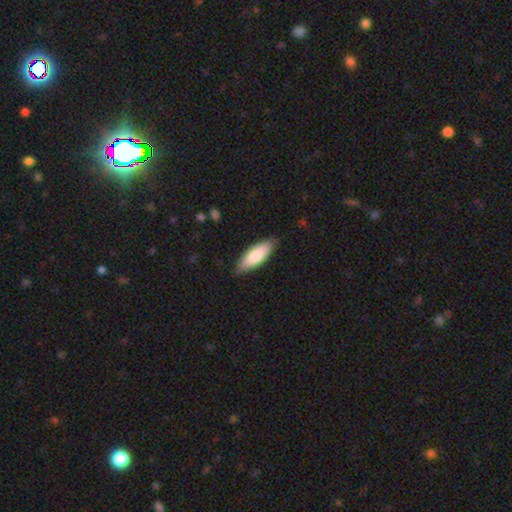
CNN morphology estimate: A smooth galaxy with no disk features (81%) that is in between round and cigar-shaped (70%).

Vote fractions:
- Smooth or featured? smooth: 81% / featured or disk: 14% / star or artifact: 5%
- How rounded? in between: 70% / cigar-shaped: 29% / round: 2%
- Merging? none: 83% / minor disturbance: 14% / major disturbance: 2% / merger: 1%